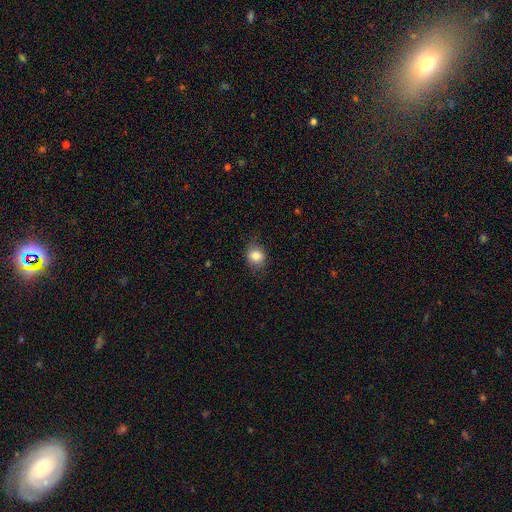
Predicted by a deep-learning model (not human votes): Q: Smooth or featured?
A: smooth (83%); runner-up: star or artifact (10%)
Q: How rounded?
A: round (70%); runner-up: in between (29%)
Q: Merging?
A: none (75%); runner-up: minor disturbance (18%)